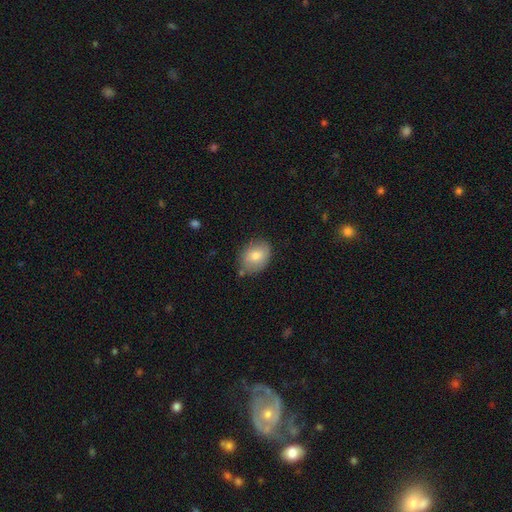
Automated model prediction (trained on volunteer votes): A smooth galaxy with no disk features (79%) that is in between round and cigar-shaped (65%).

Vote fractions:
- Smooth or featured? smooth: 79% / featured or disk: 14% / star or artifact: 7%
- How rounded? in between: 65% / round: 34% / cigar-shaped: 1%
- Merging? none: 75% / minor disturbance: 18% / merger: 4% / major disturbance: 4%